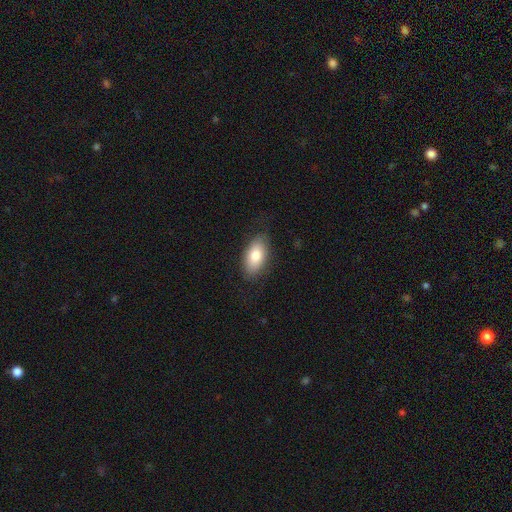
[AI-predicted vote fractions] Smooth or featured: smooth — 80% (featured or disk — 13%)
How rounded: in between — 93% (round — 4%)
Merging: none — 81% (minor disturbance — 14%)